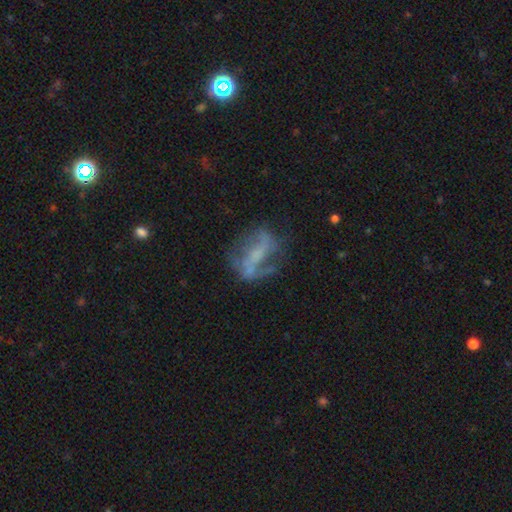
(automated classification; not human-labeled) Smooth or featured?
  - featured or disk: 70% *
  - smooth: 20%
  - star or artifact: 11%
Edge-on disk?
  - no: 93% *
  - yes: 7%
Bar?
  - strong: 36% *
  - weak: 33%
  - no: 31%
Spiral arms?
  - yes: 67% *
  - no: 33%
Bulge size?
  - none: 48% *
  - small: 29%
  - moderate: 17%
  - large: 4%
  - dominant: 1%
Merging?
  - none: 51% *
  - major disturbance: 22%
  - minor disturbance: 22%
  - merger: 5%